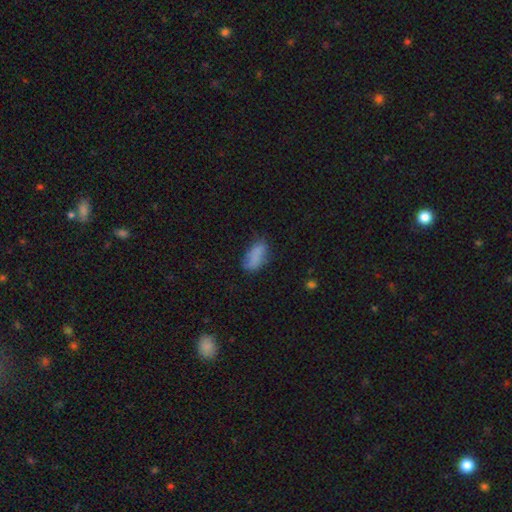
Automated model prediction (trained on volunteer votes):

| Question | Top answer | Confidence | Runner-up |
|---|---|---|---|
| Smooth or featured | smooth | 77% | featured or disk (14%) |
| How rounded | in between | 89% | cigar-shaped (7%) |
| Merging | none | 54% | minor disturbance (30%) |